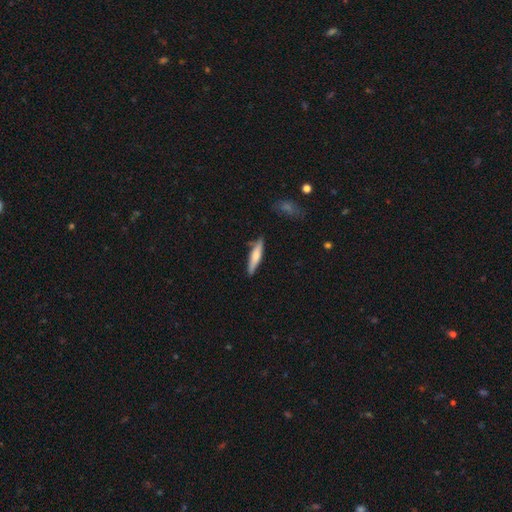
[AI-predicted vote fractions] Smooth or featured? smooth (63%)
How rounded? cigar-shaped (82%)
Merging? none (79%)